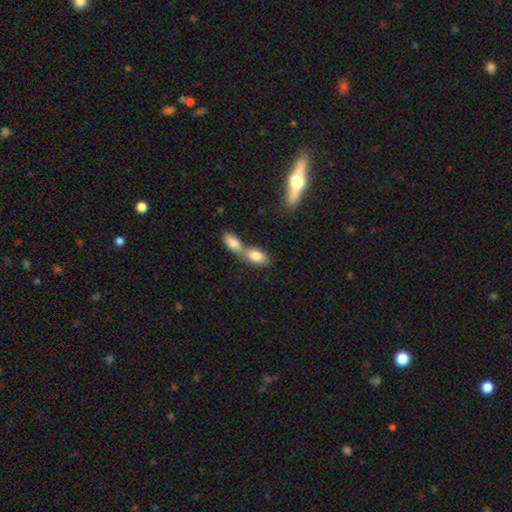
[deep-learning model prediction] This appears to be a smooth galaxy with no disk features (80%) that is in between round and cigar-shaped (88%). Merging: merger (65%).